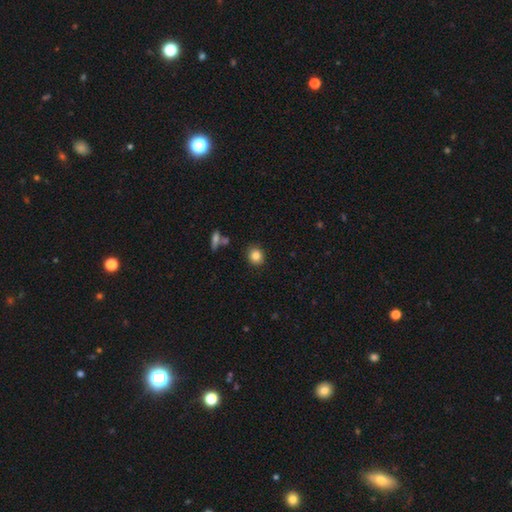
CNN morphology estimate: smooth 83%, star or artifact 10%, featured or disk 7%. Down the decision tree: how rounded — round (79%); merging — none (87%).